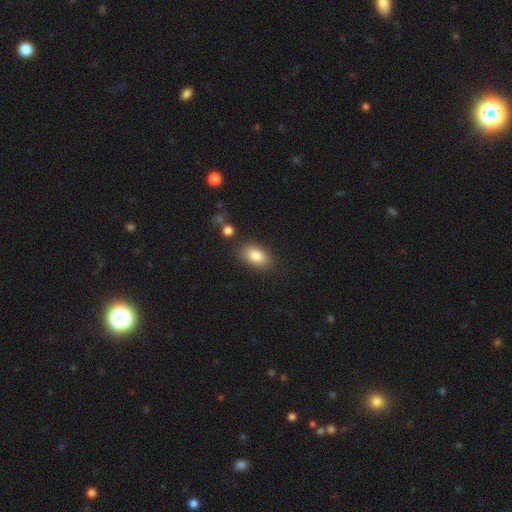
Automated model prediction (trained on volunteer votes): Smooth or featured? Predicted: smooth (p=0.84). How rounded? Predicted: in between (p=0.90). Merging? Predicted: none (p=0.81).